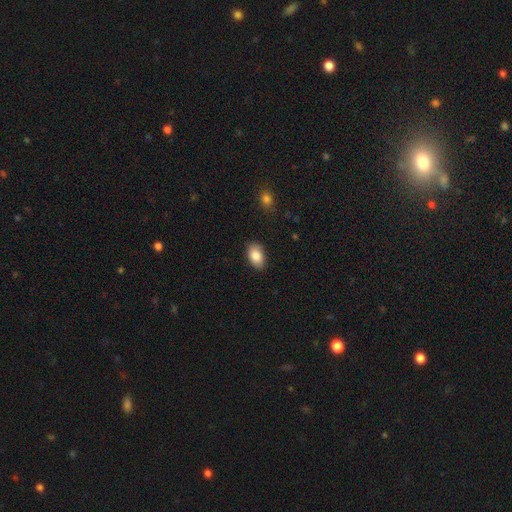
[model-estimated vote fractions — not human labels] A smooth galaxy with no disk features (86%) that is in between round and cigar-shaped (89%). Merging: none (85%).